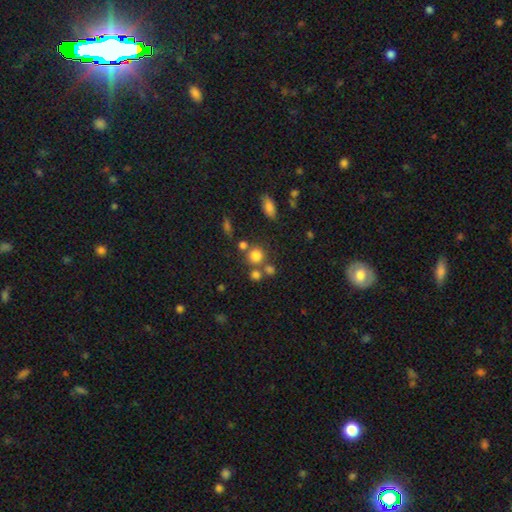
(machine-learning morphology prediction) This appears to be a smooth galaxy with no disk features (77%) that is round (87%). Merging: none (63%).